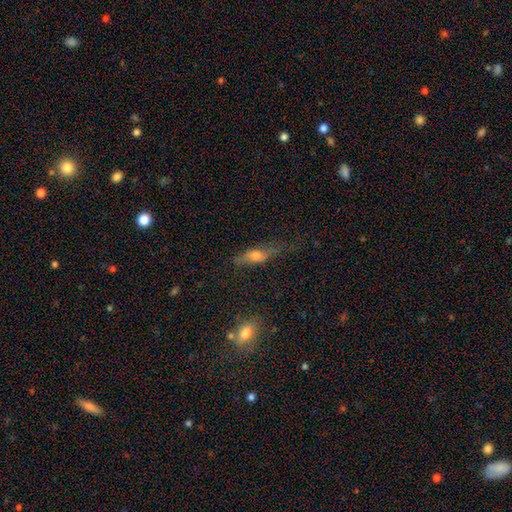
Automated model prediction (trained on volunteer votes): A smooth galaxy with no disk features (55%) that is cigar-shaped (50%).

Vote fractions:
- Smooth or featured? smooth: 55% / featured or disk: 35% / star or artifact: 9%
- How rounded? cigar-shaped: 50% / in between: 45% / round: 5%
- Merging? none: 59% / minor disturbance: 25% / major disturbance: 13% / merger: 3%